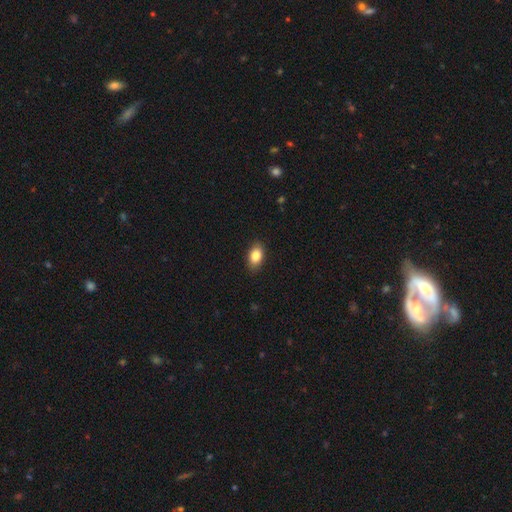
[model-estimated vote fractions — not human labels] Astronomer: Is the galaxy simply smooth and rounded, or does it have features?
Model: smooth — 84%.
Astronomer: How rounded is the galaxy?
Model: in between — 86%.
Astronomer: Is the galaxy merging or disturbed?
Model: none — 88%.